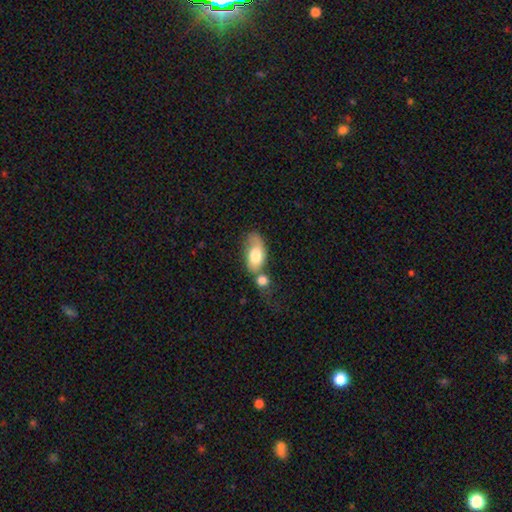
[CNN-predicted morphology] Smooth or featured? Predicted: smooth (p=0.73). How rounded? Predicted: in between (p=0.90). Merging? Predicted: merger (p=0.38).